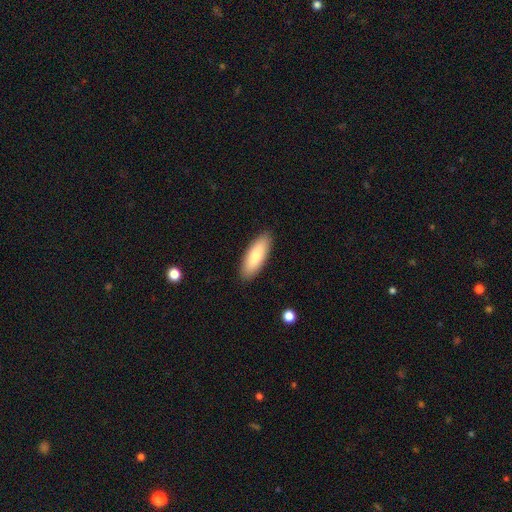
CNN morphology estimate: Smooth or featured? smooth (77%)
How rounded? in between (67%)
Merging? none (89%)